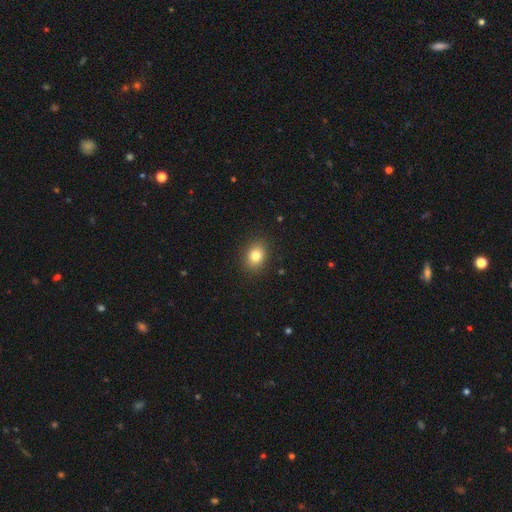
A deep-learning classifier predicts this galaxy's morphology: The model was most divided on "how rounded": in between: 53%, round: 46%, cigar-shaped: 1%. More confident: merging — none (89%); smooth or featured — smooth (81%).